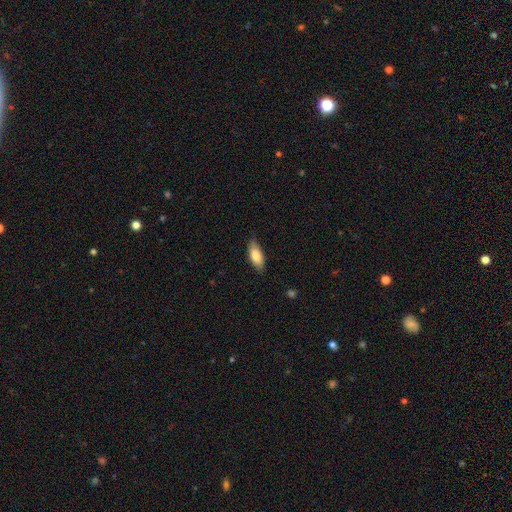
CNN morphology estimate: Smooth or featured: smooth — 81% (featured or disk — 13%)
How rounded: in between — 80% (cigar-shaped — 18%)
Merging: none — 79% (minor disturbance — 17%)